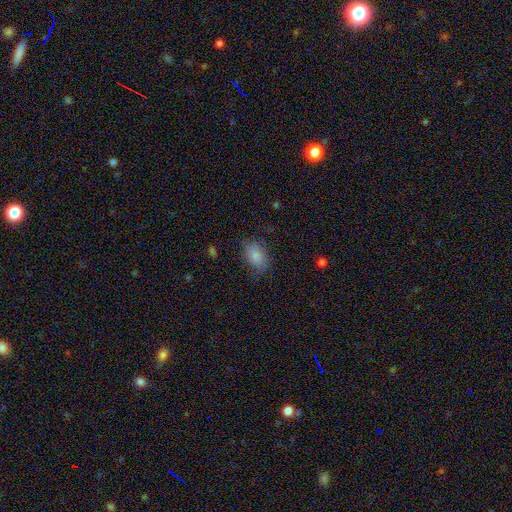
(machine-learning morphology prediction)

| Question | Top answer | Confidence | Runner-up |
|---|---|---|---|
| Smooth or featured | smooth | 82% | featured or disk (10%) |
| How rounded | in between | 78% | round (20%) |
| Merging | none | 68% | minor disturbance (23%) |